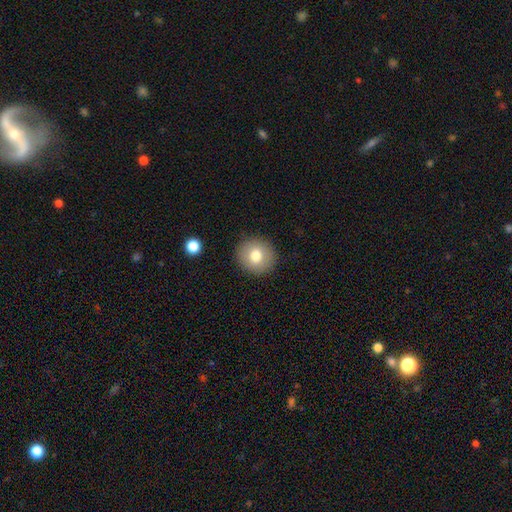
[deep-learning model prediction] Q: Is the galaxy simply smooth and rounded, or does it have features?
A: smooth — 76%.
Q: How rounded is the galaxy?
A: round — 89%.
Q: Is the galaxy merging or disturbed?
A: none — 90%.